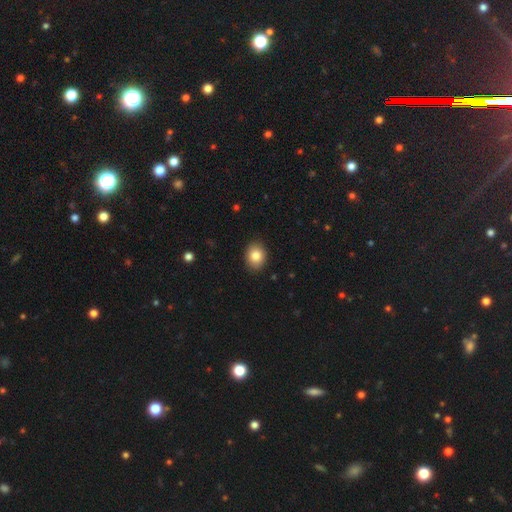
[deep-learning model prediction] Q: Smooth or featured?
A: smooth (84%); runner-up: star or artifact (9%)
Q: How rounded?
A: in between (57%); runner-up: round (42%)
Q: Merging?
A: none (89%); runner-up: minor disturbance (8%)